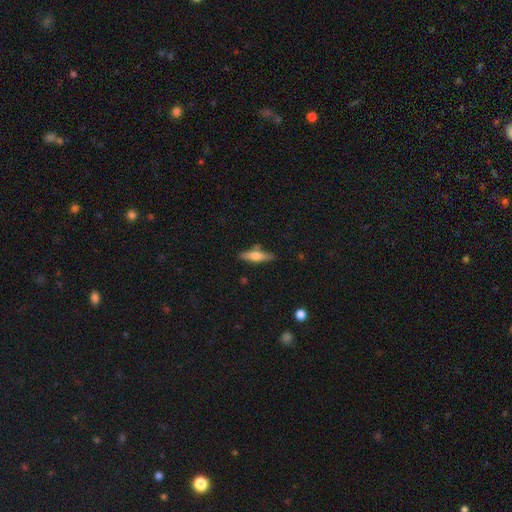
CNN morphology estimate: Q: Smooth or featured?
A: smooth (55%); runner-up: featured or disk (39%)
Q: How rounded?
A: cigar-shaped (69%); runner-up: in between (28%)
Q: Merging?
A: none (80%); runner-up: minor disturbance (13%)